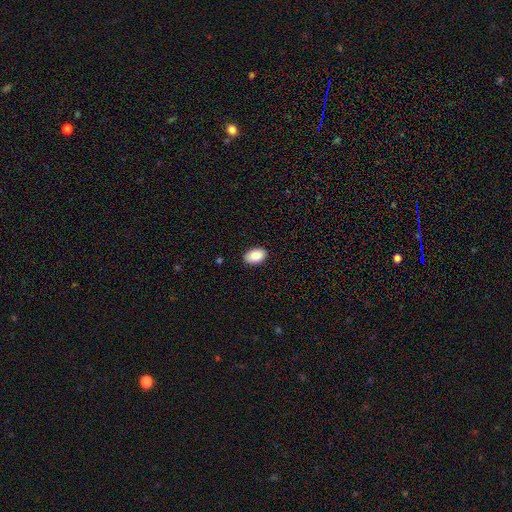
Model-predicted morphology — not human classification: A smooth galaxy with no disk features (90%) that is in between round and cigar-shaped (90%).

Vote fractions:
- Smooth or featured? smooth: 90% / star or artifact: 7% / featured or disk: 3%
- How rounded? in between: 90% / round: 9% / cigar-shaped: 1%
- Merging? none: 87% / minor disturbance: 10% / major disturbance: 2% / merger: 1%